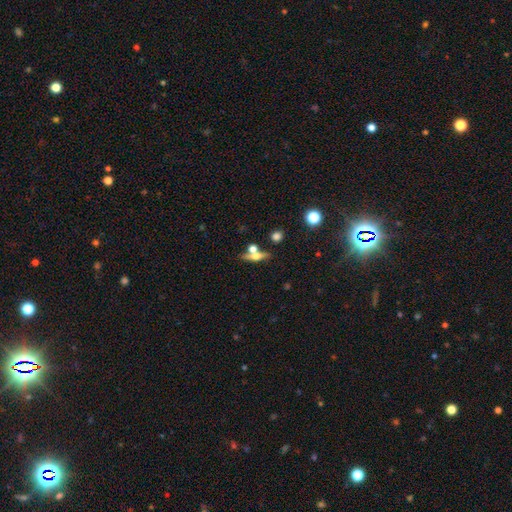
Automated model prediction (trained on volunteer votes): Smooth or featured: featured or disk — 49% (smooth — 40%)
Merging: none — 59% (merger — 27%)